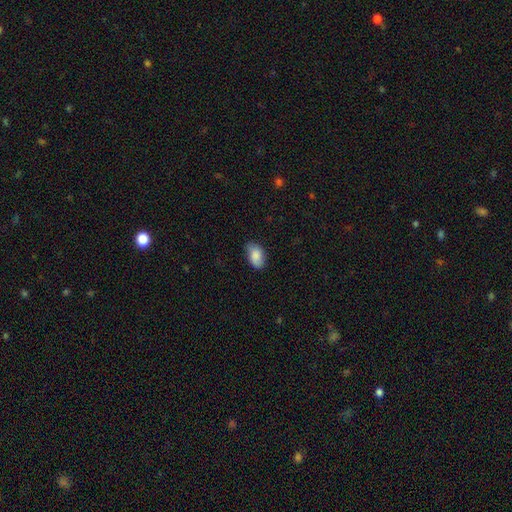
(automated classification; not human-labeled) Smooth or featured?
  - smooth: 85% *
  - featured or disk: 8%
  - star or artifact: 7%
How rounded?
  - in between: 91% *
  - round: 8%
  - cigar-shaped: 1%
Merging?
  - none: 72% *
  - minor disturbance: 23%
  - major disturbance: 4%
  - merger: 1%